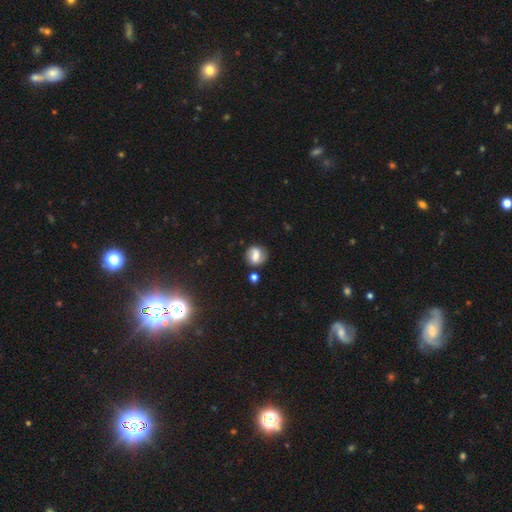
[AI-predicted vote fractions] Smooth or featured? Predicted: smooth (p=0.50). Merging? Predicted: none (p=0.71).